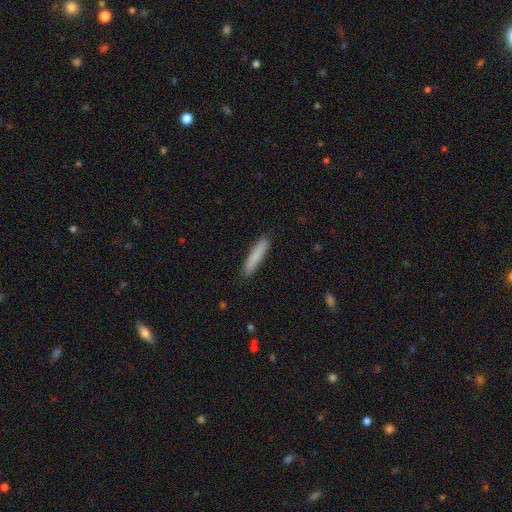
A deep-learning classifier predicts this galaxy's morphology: This is clearly a smooth galaxy (84%). How rounded: clearly cigar-shaped (90%). Merging: clearly none (89%).